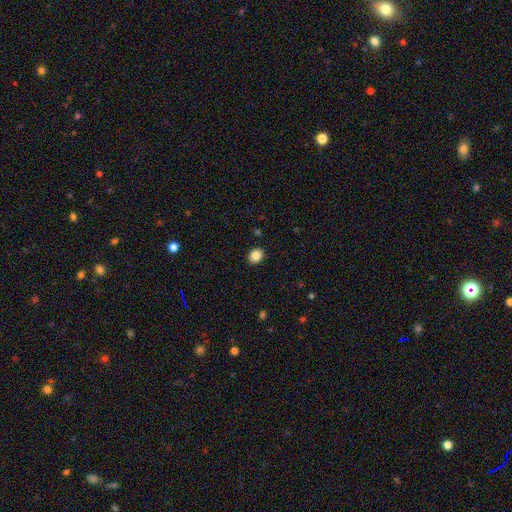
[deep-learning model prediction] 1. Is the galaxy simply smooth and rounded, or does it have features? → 85% smooth, 9% star or artifact, 6% featured or disk.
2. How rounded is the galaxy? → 52% in between, 47% round, 1% cigar-shaped.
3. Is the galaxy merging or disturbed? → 90% none, 7% minor disturbance, 2% major disturbance, 1% merger.